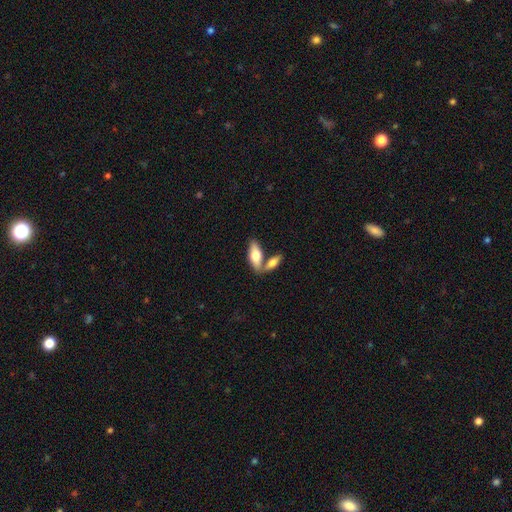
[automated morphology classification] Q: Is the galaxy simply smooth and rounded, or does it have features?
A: smooth — 70%.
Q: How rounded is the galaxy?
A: in between — 77%.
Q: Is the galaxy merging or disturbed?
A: none — 47%.